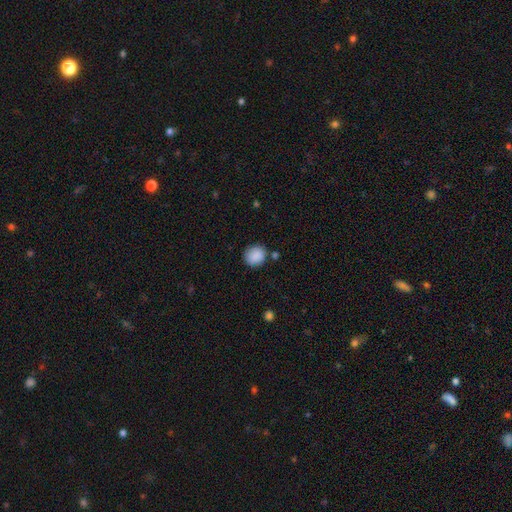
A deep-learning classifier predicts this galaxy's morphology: The model was most divided on "how rounded": round: 82%, in between: 17%, cigar-shaped: 1%. More confident: smooth or featured — smooth (89%); merging — none (80%).